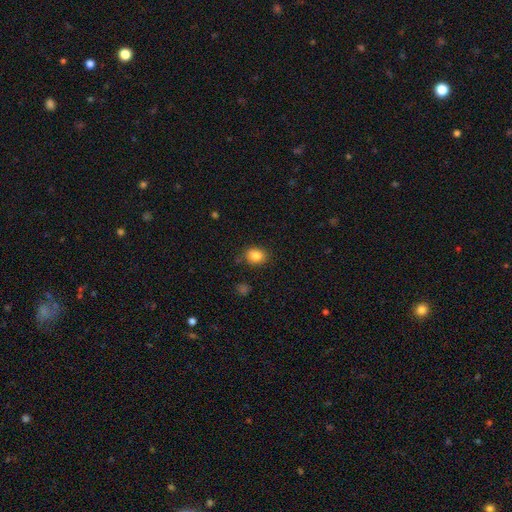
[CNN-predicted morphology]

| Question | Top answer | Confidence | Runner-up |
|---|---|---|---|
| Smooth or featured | smooth | 84% | star or artifact (10%) |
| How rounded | round | 56% | in between (44%) |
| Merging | none | 84% | minor disturbance (11%) |